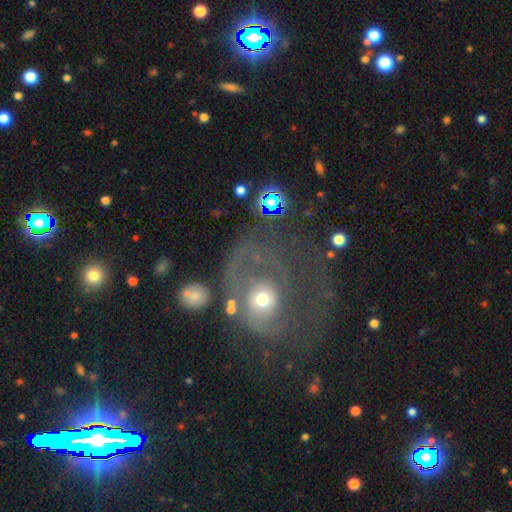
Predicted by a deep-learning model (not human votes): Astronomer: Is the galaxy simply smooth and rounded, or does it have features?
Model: featured or disk — 58%.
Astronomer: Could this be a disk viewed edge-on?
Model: no — 95%.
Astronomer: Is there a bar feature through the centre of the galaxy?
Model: no — 75%.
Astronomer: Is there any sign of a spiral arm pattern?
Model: yes — 51% (runner-up: no, 49%).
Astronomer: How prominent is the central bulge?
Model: moderate — 55% (runner-up: small, 36%).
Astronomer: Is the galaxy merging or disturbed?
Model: none — 49% (runner-up: major disturbance, 26%).